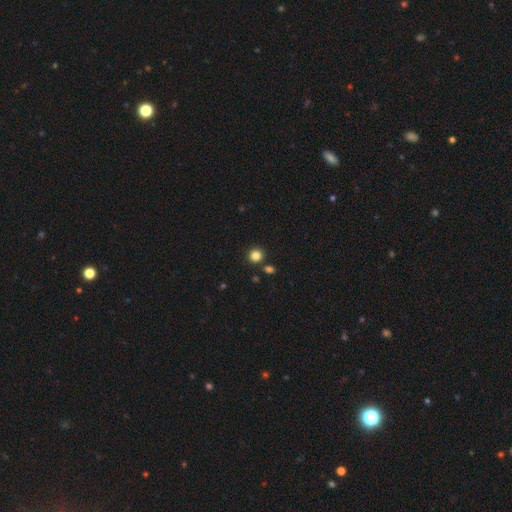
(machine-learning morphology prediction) type=smooth (84%); roundness=round (92%); merging=none (86%).